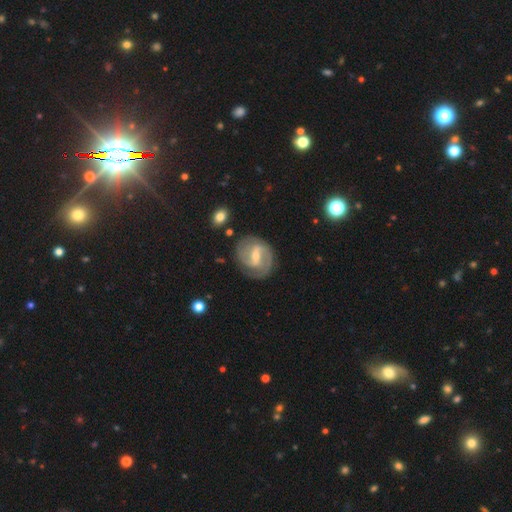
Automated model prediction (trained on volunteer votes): This is clearly a featured or disk galaxy (87%). It is clearly not viewed edge-on (97%). Bar: possibly weak (45%). Spiral arm pattern: clearly yes (96%). Spiral arm count: likely 2 (75%). Spiral winding: possibly medium (48%). Central bulge: possibly small (56%). Merging: likely none (77%).